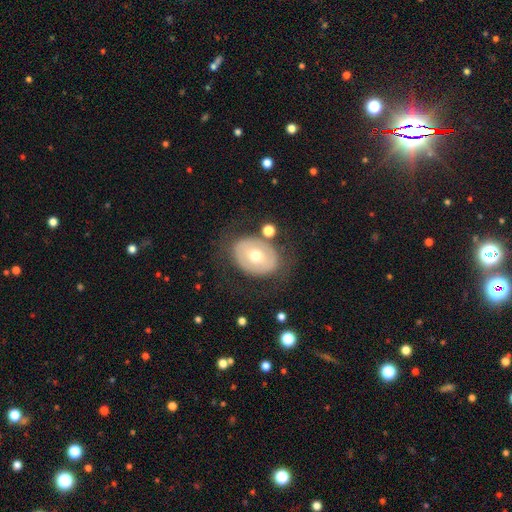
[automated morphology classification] smooth-or-featured: featured or disk: 47% | smooth: 46% | star or artifact: 7%
  merging: none: 73% | minor disturbance: 14% | major disturbance: 9% | merger: 4%